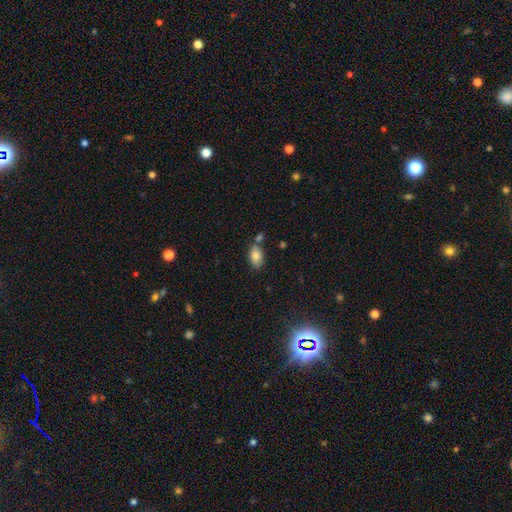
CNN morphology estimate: type=smooth (82%); roundness=in between (90%); merging=none (66%).